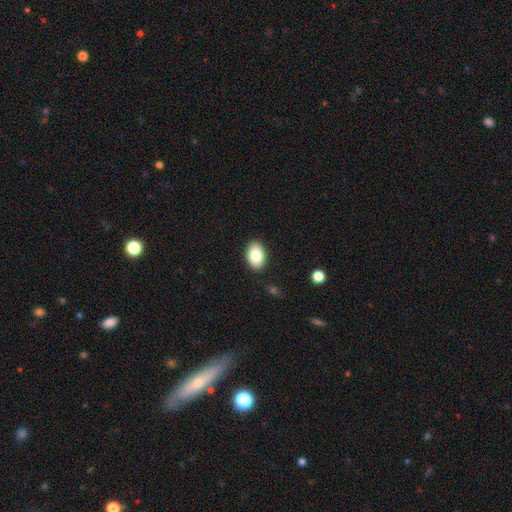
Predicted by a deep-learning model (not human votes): smooth-or-featured: smooth: 85% | featured or disk: 8% | star or artifact: 7%
  how-rounded: in between: 87% | round: 12% | cigar-shaped: 1%
  merging: none: 88% | minor disturbance: 9% | major disturbance: 2% | merger: 1%